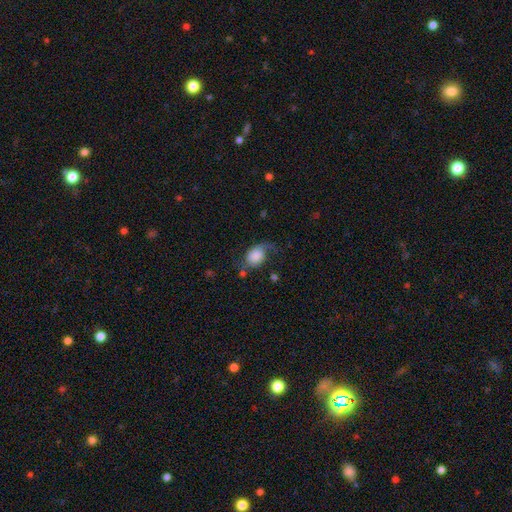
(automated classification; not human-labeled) This appears to be a smooth galaxy with no disk features (58%) that is in between round and cigar-shaped (63%). Merging: none (41%).